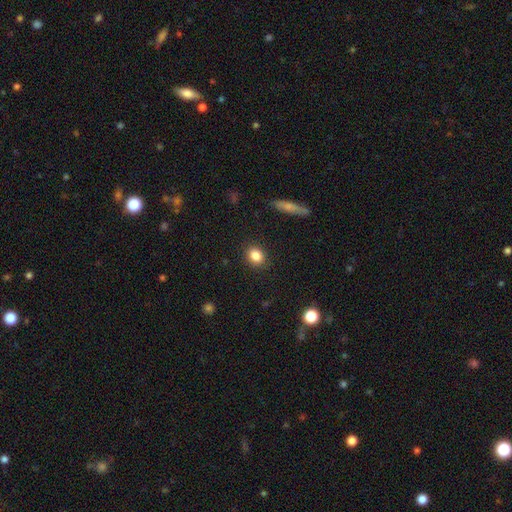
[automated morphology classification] Smooth or featured? smooth (85%)
How rounded? round (57%)
Merging? none (90%)